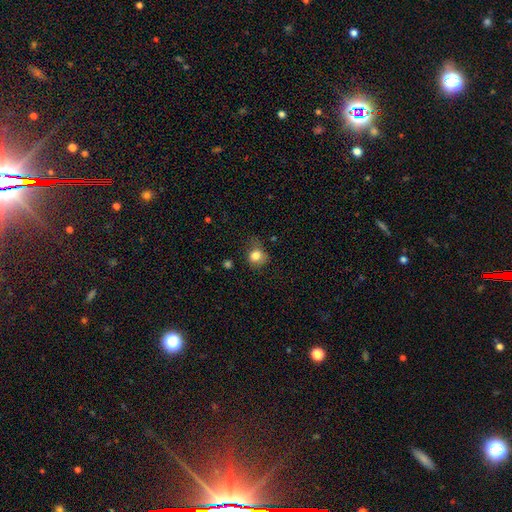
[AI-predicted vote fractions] Q: Smooth or featured?
A: smooth (81%); runner-up: star or artifact (10%)
Q: How rounded?
A: round (68%); runner-up: in between (31%)
Q: Merging?
A: none (51%); runner-up: minor disturbance (31%)